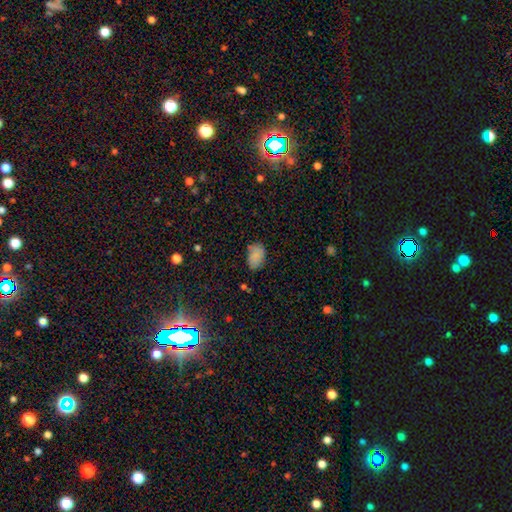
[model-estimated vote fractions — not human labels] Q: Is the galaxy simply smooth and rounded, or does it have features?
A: smooth — 83%.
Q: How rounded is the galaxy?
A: in between — 88%.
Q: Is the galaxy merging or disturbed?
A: none — 70%.